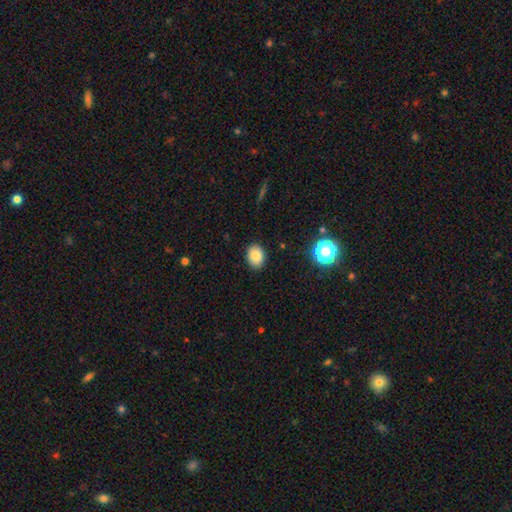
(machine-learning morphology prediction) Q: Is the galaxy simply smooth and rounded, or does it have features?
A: smooth — 85%.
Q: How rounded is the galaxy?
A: in between — 68%.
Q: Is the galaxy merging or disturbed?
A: none — 87%.